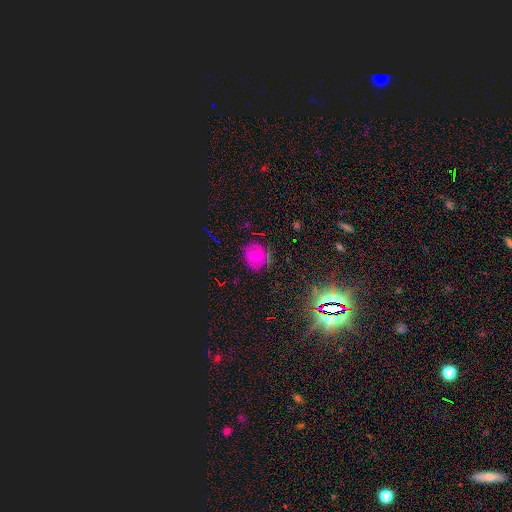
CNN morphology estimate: Smooth or featured?
  - featured or disk: 41% *
  - smooth: 37%
  - star or artifact: 22%
Merging?
  - none: 75% *
  - minor disturbance: 18%
  - major disturbance: 6%
  - merger: 2%